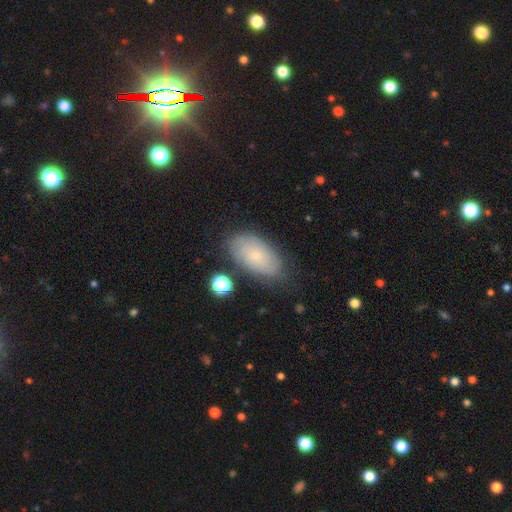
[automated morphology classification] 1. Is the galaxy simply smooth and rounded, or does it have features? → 59% smooth, 33% featured or disk, 9% star or artifact.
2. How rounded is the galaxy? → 93% in between, 4% round, 3% cigar-shaped.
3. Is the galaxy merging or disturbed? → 74% none, 18% minor disturbance, 5% major disturbance, 3% merger.